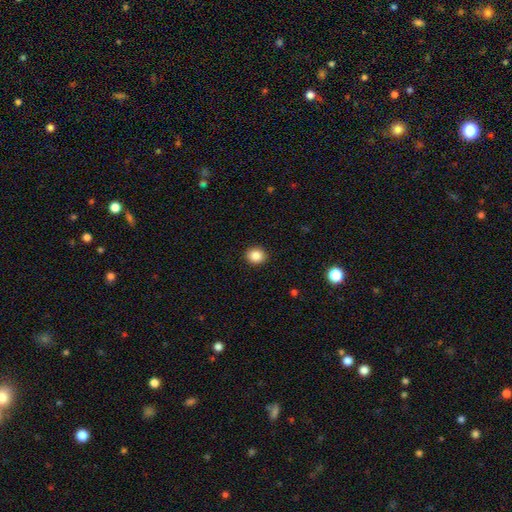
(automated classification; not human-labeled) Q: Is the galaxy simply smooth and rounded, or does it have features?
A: smooth — 86%.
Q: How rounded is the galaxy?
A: round — 75%.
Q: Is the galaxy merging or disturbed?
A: none — 92%.